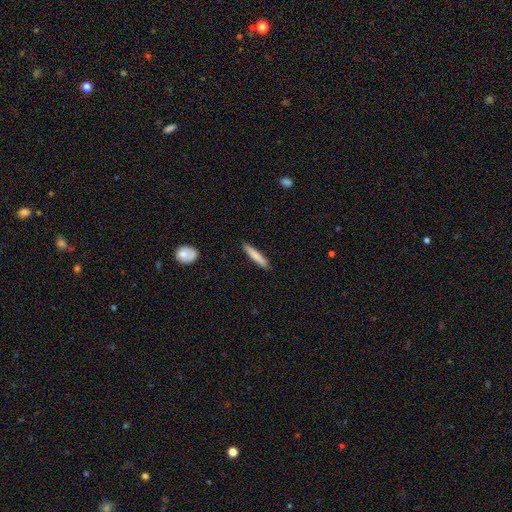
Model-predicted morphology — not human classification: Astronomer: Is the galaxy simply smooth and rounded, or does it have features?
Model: smooth — 80%.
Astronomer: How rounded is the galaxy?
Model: cigar-shaped — 91%.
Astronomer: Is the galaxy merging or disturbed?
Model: none — 88%.